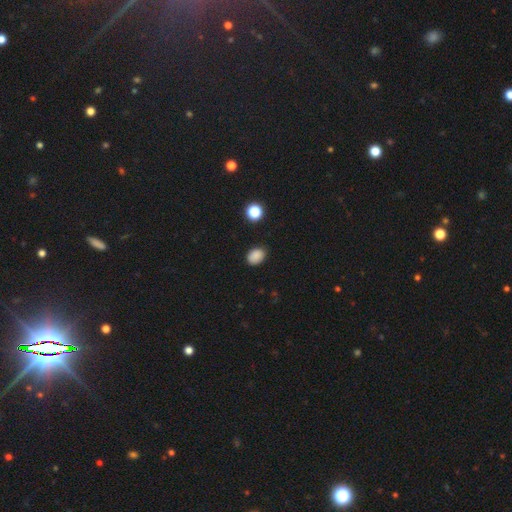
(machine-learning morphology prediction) Smooth or featured? Predicted: smooth (p=0.86). How rounded? Predicted: in between (p=0.70). Merging? Predicted: none (p=0.84).